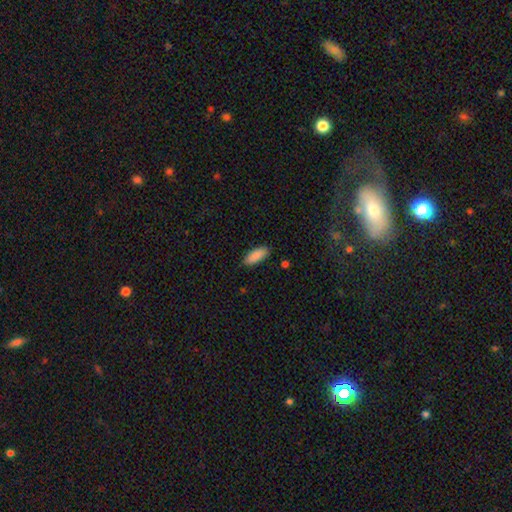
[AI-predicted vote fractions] Morphology: type=smooth (89%); roundness=in between (73%); merging=none (85%).